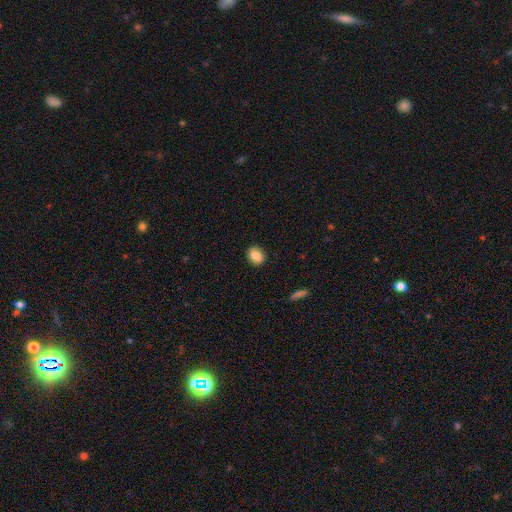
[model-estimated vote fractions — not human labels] Morphology: type=smooth (86%); roundness=round (57%); merging=none (88%).